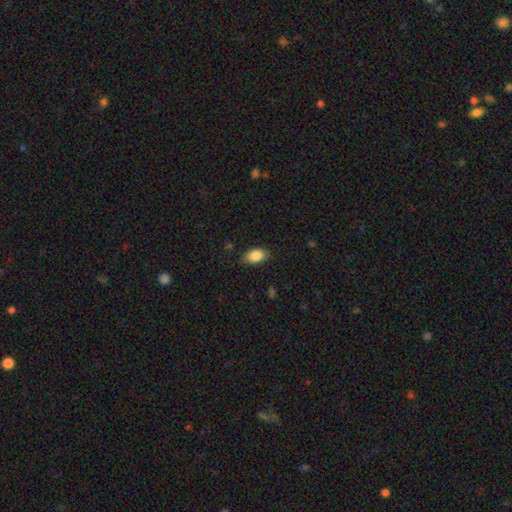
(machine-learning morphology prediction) smooth_or_featured: smooth (p=0.87) [alt: star or artifact p=0.07]
how_rounded: in between (p=0.90) [alt: round p=0.07]
merging: none (p=0.80) [alt: minor disturbance p=0.16]